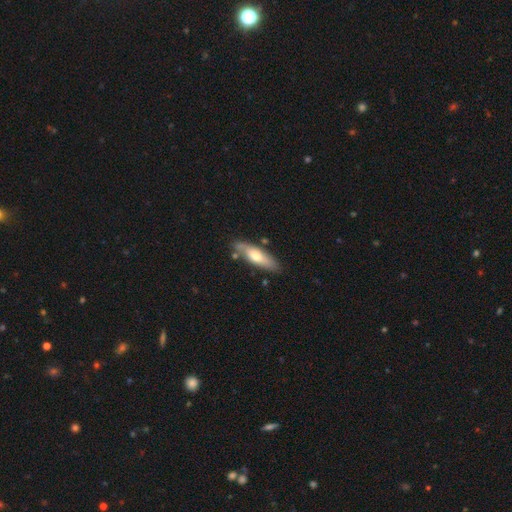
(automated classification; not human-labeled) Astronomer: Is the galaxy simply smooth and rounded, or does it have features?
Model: smooth — 58% (runner-up: featured or disk, 37%).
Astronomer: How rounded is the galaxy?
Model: cigar-shaped — 52% (runner-up: in between, 46%).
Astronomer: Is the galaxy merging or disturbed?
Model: none — 74%.